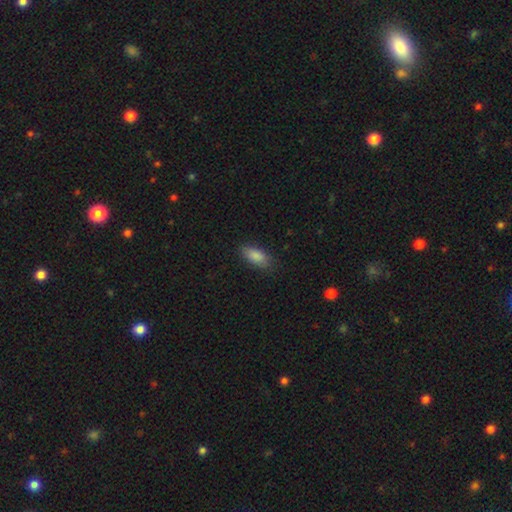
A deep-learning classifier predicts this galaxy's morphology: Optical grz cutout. It shows a smooth galaxy with no disk features (87%) that is in between round and cigar-shaped (86%). Merging: none (83%).